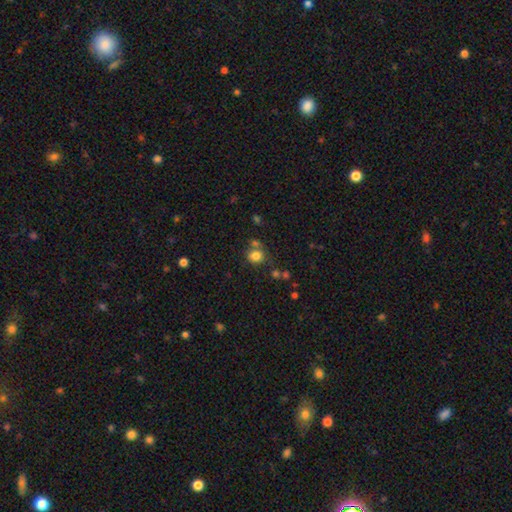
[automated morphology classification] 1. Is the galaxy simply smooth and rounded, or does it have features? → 81% smooth, 13% star or artifact, 7% featured or disk.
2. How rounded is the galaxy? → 74% round, 25% in between, 1% cigar-shaped.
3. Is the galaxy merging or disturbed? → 63% none, 19% merger, 13% minor disturbance, 5% major disturbance.